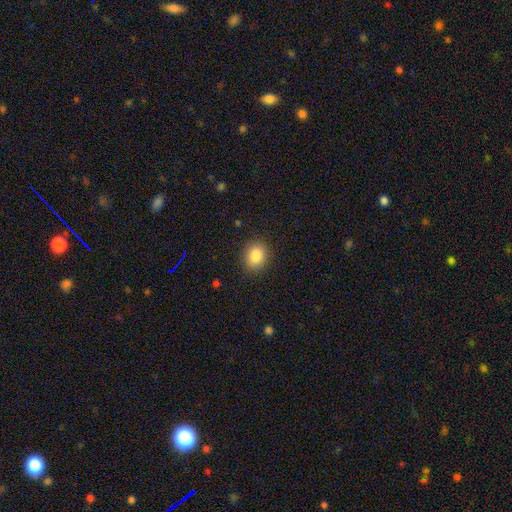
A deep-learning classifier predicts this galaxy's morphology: Smooth or featured: smooth — 85% (star or artifact — 10%)
How rounded: round — 63% (in between — 36%)
Merging: none — 88% (minor disturbance — 9%)